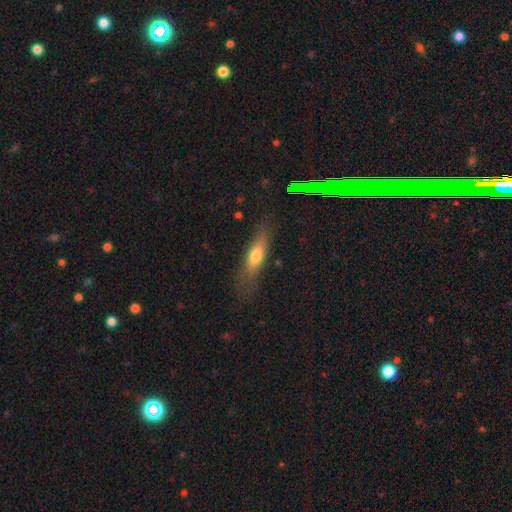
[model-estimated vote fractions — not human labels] Smooth or featured? Predicted: smooth (p=0.66). How rounded? Predicted: cigar-shaped (p=0.52). Merging? Predicted: none (p=0.72).